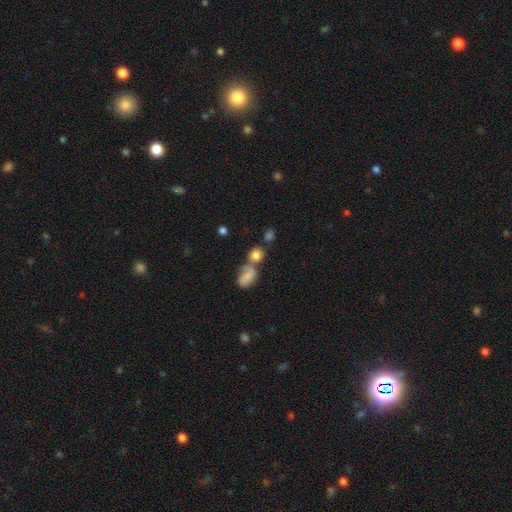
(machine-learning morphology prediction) Smooth or featured: smooth — 80% (star or artifact — 11%)
How rounded: round — 71% (in between — 28%)
Merging: none — 46% (merger — 39%)